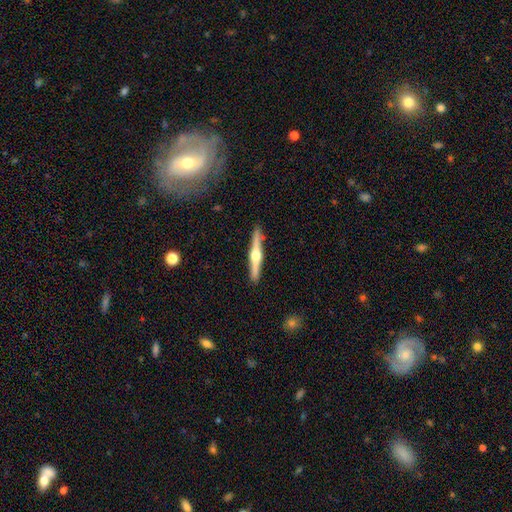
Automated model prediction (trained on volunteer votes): This appears to be a featured or disk galaxy (73%) viewed edge-on (98%) with a rounded central bulge (95%). Merging: none (90%).